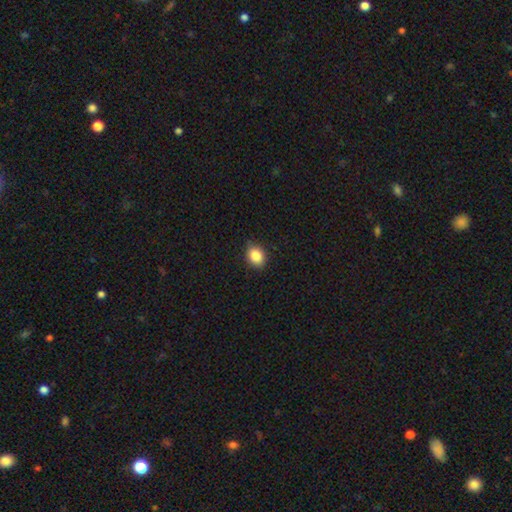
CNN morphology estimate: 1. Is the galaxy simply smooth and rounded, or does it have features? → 86% smooth, 9% star or artifact, 5% featured or disk.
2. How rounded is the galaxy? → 51% in between, 48% round, 1% cigar-shaped.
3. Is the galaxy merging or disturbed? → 87% none, 10% minor disturbance, 2% major disturbance, 1% merger.